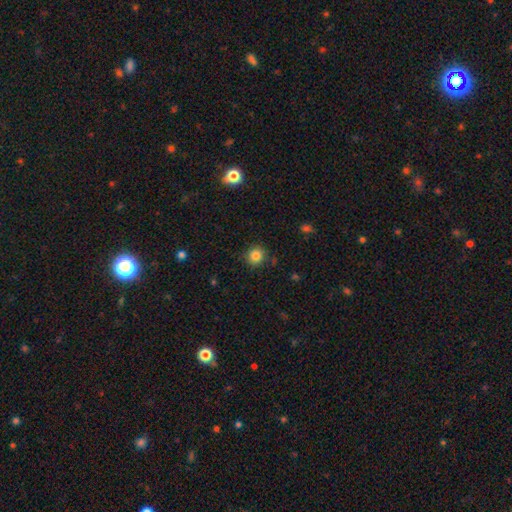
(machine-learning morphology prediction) smooth 84%, star or artifact 11%, featured or disk 5%. Down the decision tree: how rounded — round (89%); merging — none (87%).